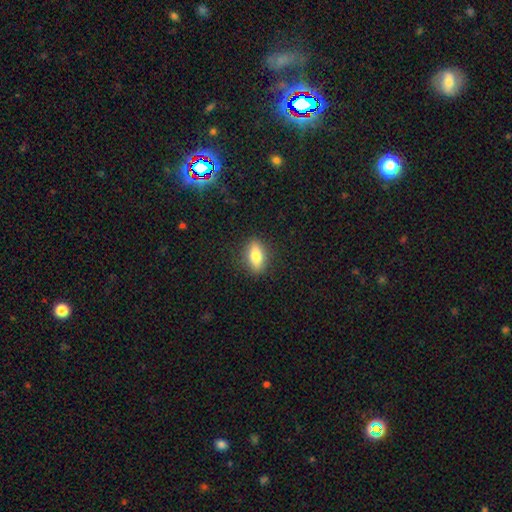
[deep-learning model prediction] A smooth galaxy with no disk features (77%) that is in between round and cigar-shaped (80%).

Vote fractions:
- Smooth or featured? smooth: 77% / featured or disk: 16% / star or artifact: 8%
- How rounded? in between: 80% / cigar-shaped: 13% / round: 7%
- Merging? none: 87% / minor disturbance: 9% / major disturbance: 3% / merger: 1%